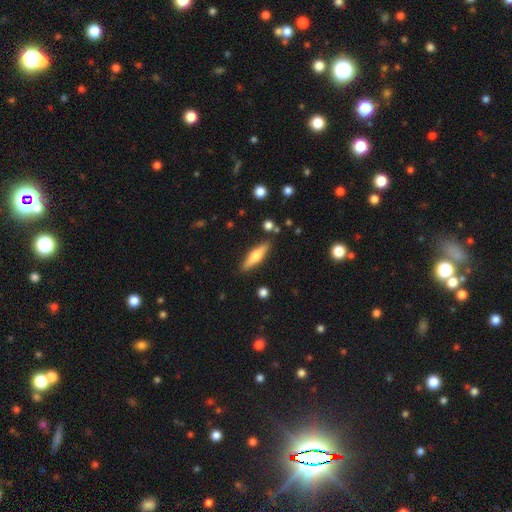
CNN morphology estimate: This appears to be a smooth galaxy with no disk features (53%) that is cigar-shaped (71%). Merging: none (86%).